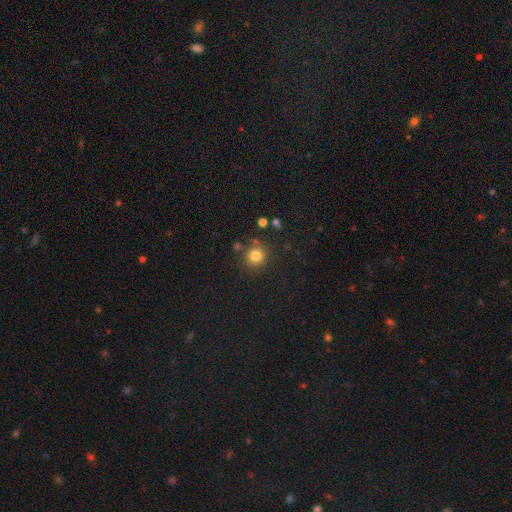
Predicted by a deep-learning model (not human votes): Smooth or featured? smooth (81%)
How rounded? round (92%)
Merging? none (80%)